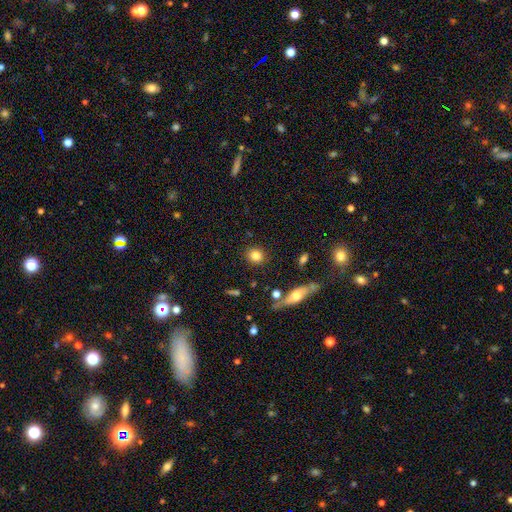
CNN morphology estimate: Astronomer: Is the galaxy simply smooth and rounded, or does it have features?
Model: smooth — 82%.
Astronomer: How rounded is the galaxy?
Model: round — 81%.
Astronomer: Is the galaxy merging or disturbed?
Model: none — 87%.